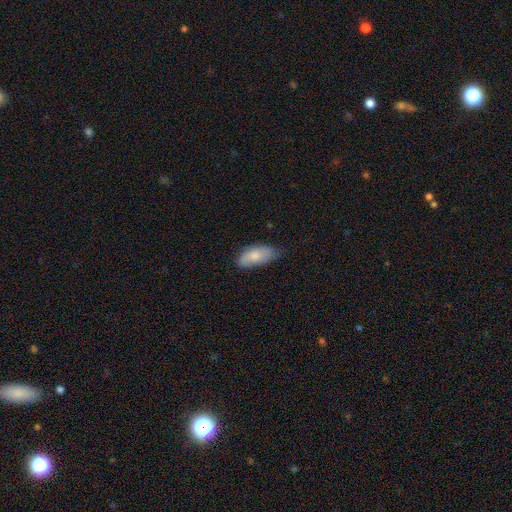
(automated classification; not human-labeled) smooth 78%, featured or disk 16%, star or artifact 6%. Down the decision tree: how rounded — in between (90%); merging — none (59%).